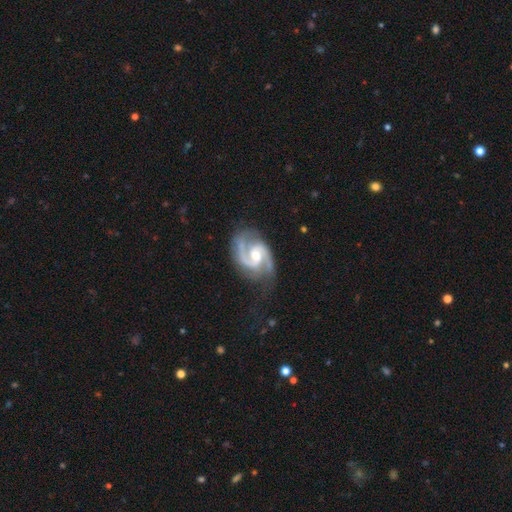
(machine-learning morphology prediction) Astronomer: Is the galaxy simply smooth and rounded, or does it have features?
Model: featured or disk — 93%.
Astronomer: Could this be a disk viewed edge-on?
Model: no — 98%.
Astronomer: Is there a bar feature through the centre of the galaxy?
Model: weak — 46% (runner-up: no, 42%).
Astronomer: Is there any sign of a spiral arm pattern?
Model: yes — 98%.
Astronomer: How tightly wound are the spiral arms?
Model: medium — 63%.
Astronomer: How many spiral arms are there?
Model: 2 — 92%.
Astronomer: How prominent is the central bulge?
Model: moderate — 65%.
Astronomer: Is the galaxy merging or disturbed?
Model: none — 70%.